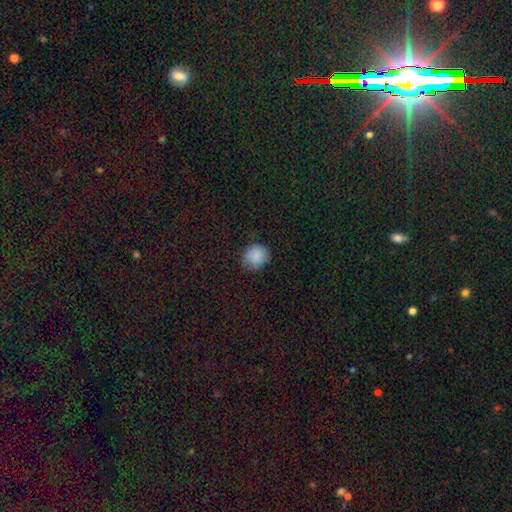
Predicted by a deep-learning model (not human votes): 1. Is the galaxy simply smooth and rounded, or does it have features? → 86% smooth, 9% star or artifact, 5% featured or disk.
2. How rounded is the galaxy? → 82% round, 17% in between, 1% cigar-shaped.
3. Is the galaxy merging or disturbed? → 82% none, 14% minor disturbance, 3% major disturbance, 1% merger.